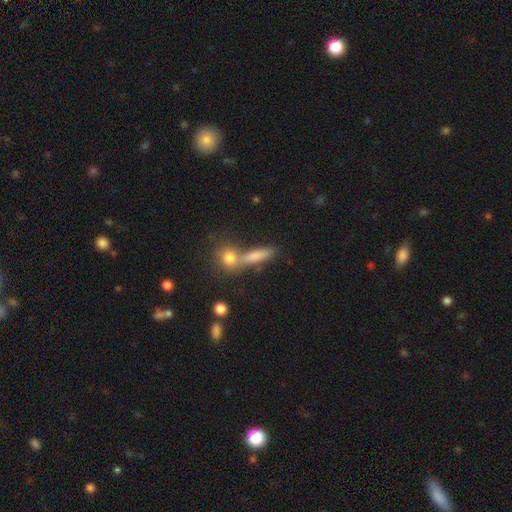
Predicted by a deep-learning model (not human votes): Overall: smooth (76%). How rounded: cigar-shaped (54%; in between 33%). Merging: none (53%; merger 32%).